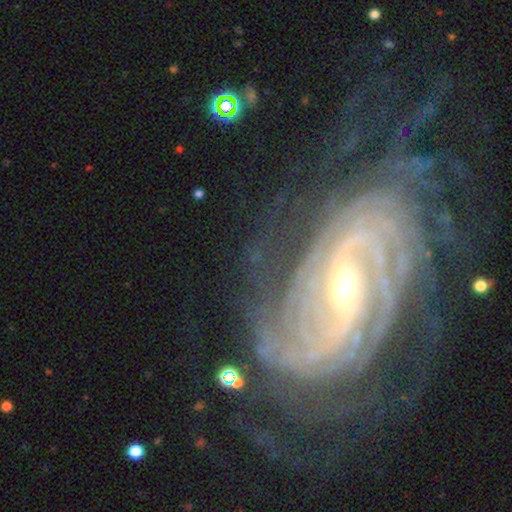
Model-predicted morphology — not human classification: Q: Smooth or featured?
A: featured or disk (89%); runner-up: star or artifact (7%)
Q: Edge-on disk?
A: no (96%); runner-up: yes (4%)
Q: Bar?
A: strong (40%); runner-up: weak (36%)
Q: Spiral arms?
A: yes (97%); runner-up: no (3%)
Q: Spiral winding?
A: tight (75%); runner-up: medium (20%)
Q: Spiral arm count?
A: can't tell (24%); runner-up: 4 (19%)
Q: Bulge size?
A: small (51%); runner-up: moderate (45%)
Q: Merging?
A: none (70%); runner-up: minor disturbance (16%)